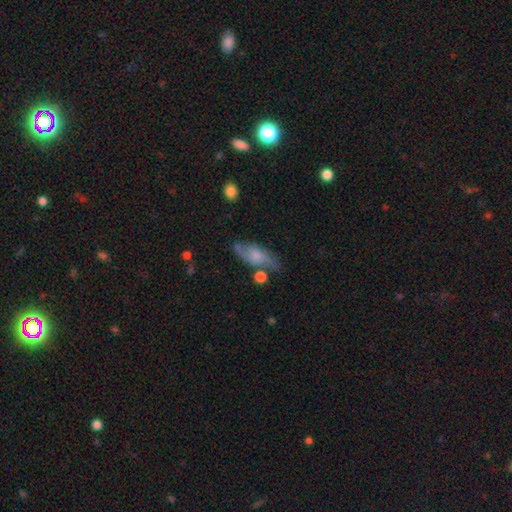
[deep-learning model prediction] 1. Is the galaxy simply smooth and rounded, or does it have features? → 49% smooth, 44% featured or disk, 7% star or artifact.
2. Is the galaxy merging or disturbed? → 62% none, 23% minor disturbance, 8% major disturbance, 8% merger.